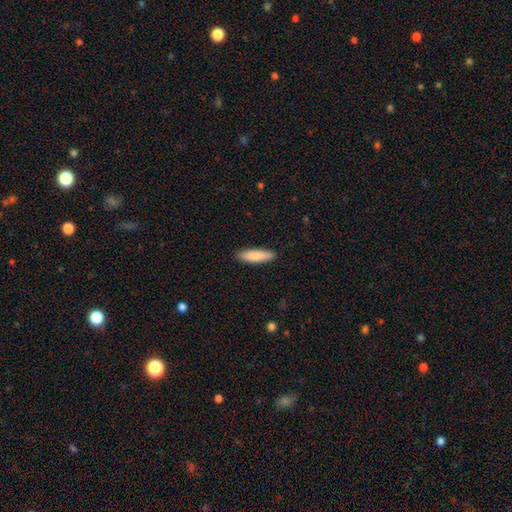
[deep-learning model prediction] Smooth or featured?
  - smooth: 85% *
  - featured or disk: 9%
  - star or artifact: 5%
How rounded?
  - cigar-shaped: 67% *
  - in between: 31%
  - round: 1%
Merging?
  - none: 90% *
  - minor disturbance: 7%
  - major disturbance: 2%
  - merger: 1%